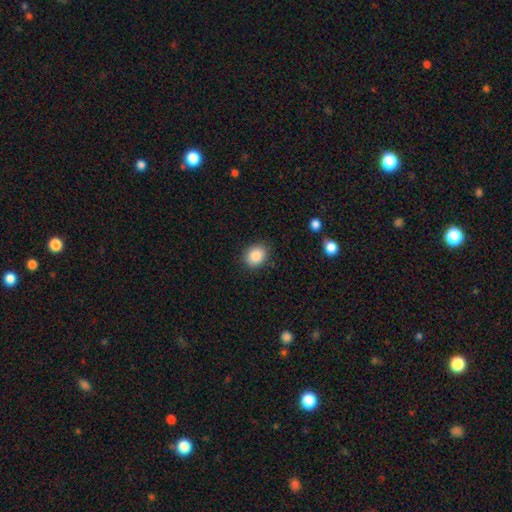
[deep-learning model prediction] Smooth or featured? Predicted: smooth (p=0.87). How rounded? Predicted: round (p=0.57). Merging? Predicted: none (p=0.88).